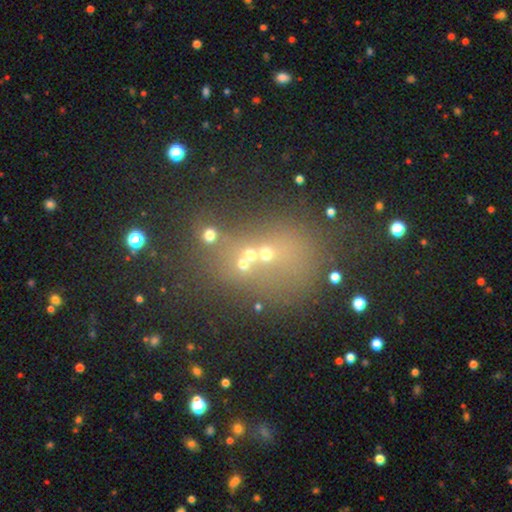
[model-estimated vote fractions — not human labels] star or artifact 46%, smooth 37%, featured or disk 17%.